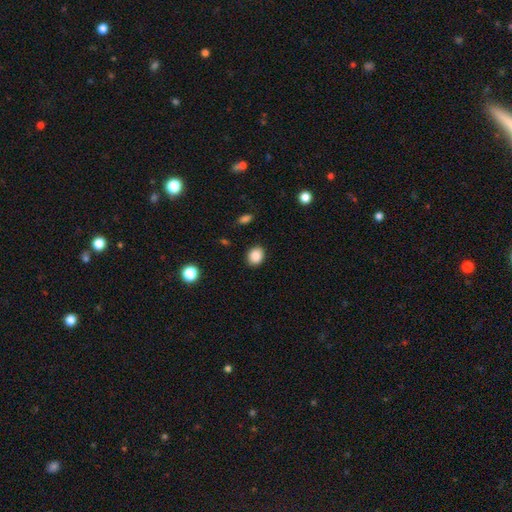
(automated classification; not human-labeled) Smooth or featured? Predicted: smooth (p=0.88). How rounded? Predicted: round (p=0.53). Merging? Predicted: none (p=0.87).